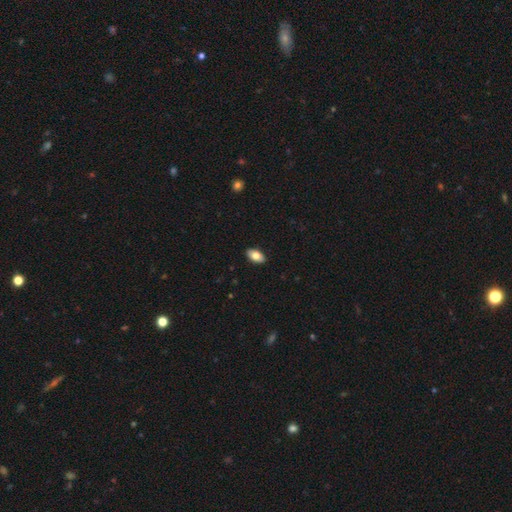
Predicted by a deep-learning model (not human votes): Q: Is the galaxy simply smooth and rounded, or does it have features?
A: smooth — 78%.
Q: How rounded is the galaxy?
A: in between — 93%.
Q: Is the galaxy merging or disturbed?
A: none — 90%.